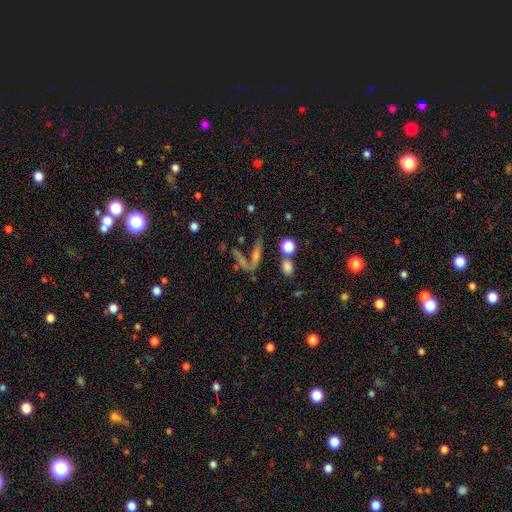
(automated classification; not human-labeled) Smooth or featured? Predicted: featured or disk (p=0.40). Merging? Predicted: none (p=0.42).